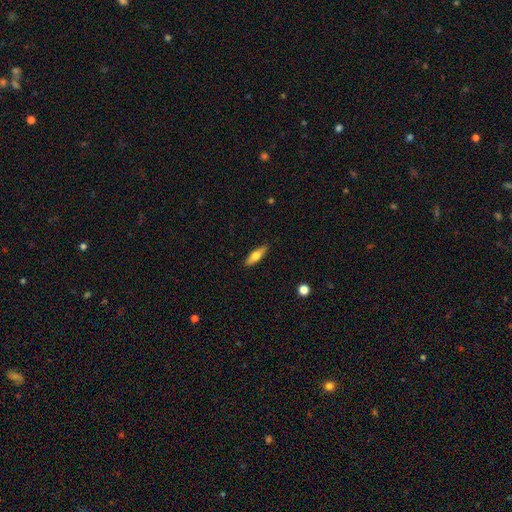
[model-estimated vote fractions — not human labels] Q: Smooth or featured?
A: smooth (64%); runner-up: featured or disk (30%)
Q: How rounded?
A: cigar-shaped (54%); runner-up: in between (44%)
Q: Merging?
A: none (87%); runner-up: minor disturbance (10%)